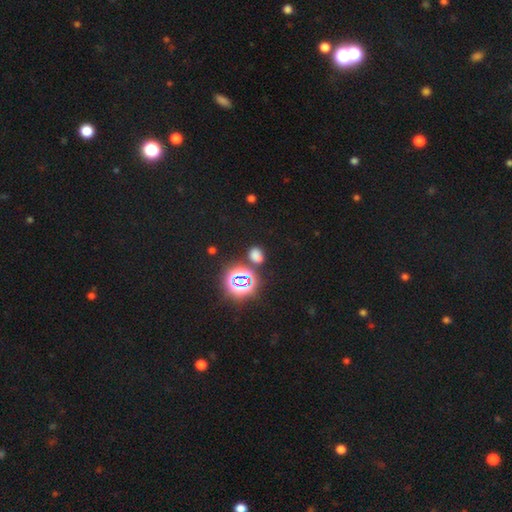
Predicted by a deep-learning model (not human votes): Smooth or featured? smooth (56%)
How rounded? in between (58%)
Merging? none (77%)